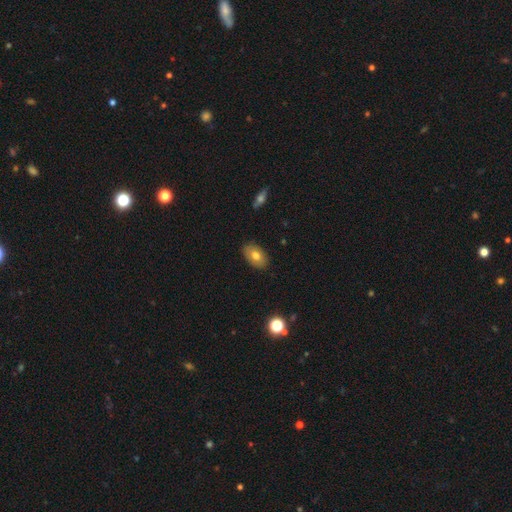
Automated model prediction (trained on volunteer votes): Morphology: type=smooth (74%); roundness=in between (89%); merging=none (86%).